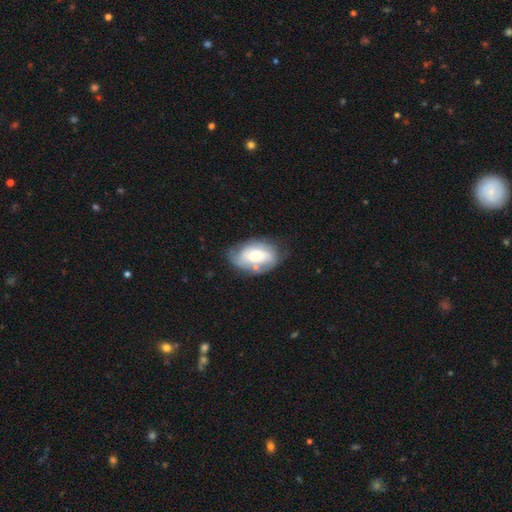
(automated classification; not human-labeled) Smooth or featured: featured or disk — 56% (smooth — 38%)
Edge-on disk: no — 94% (yes — 6%)
Bar: no — 68% (weak — 25%)
Spiral arms: yes — 72% (no — 28%)
Bulge size: moderate — 62% (small — 26%)
Merging: none — 59% (minor disturbance — 27%)